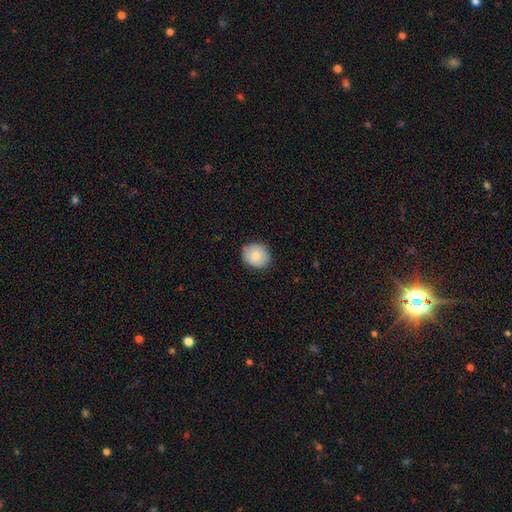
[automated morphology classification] smooth 78%, featured or disk 14%, star or artifact 8%. Down the decision tree: how rounded — round (76%); merging — none (82%).